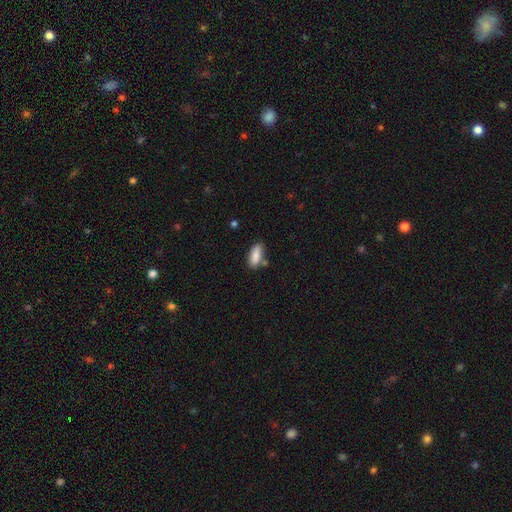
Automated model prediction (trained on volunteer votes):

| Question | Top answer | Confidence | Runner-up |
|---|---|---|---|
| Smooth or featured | smooth | 86% | featured or disk (7%) |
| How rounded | in between | 81% | cigar-shaped (17%) |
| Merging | none | 71% | minor disturbance (17%) |